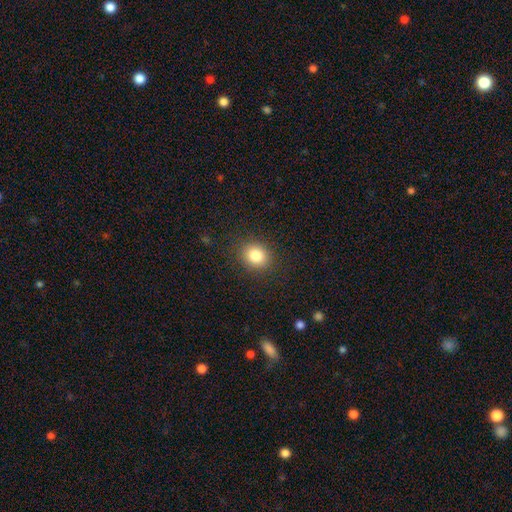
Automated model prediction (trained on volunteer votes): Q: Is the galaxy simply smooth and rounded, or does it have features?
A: smooth — 83%.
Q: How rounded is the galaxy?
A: round — 67%.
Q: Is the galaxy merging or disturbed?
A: none — 89%.